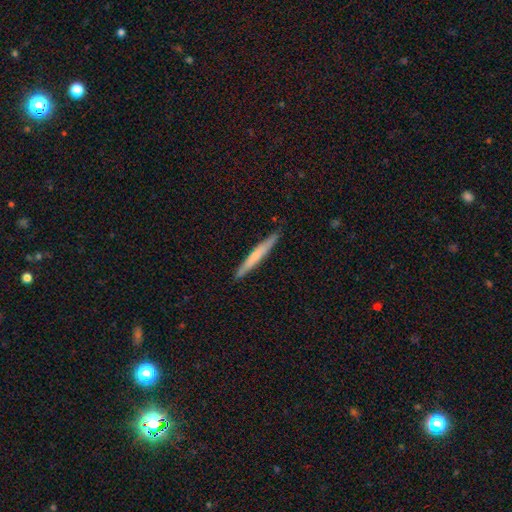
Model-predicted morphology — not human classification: smooth_or_featured: smooth (p=0.57) [alt: featured or disk p=0.38]
how_rounded: cigar-shaped (p=0.96) [alt: in between p=0.03]
merging: none (p=0.89) [alt: minor disturbance p=0.08]